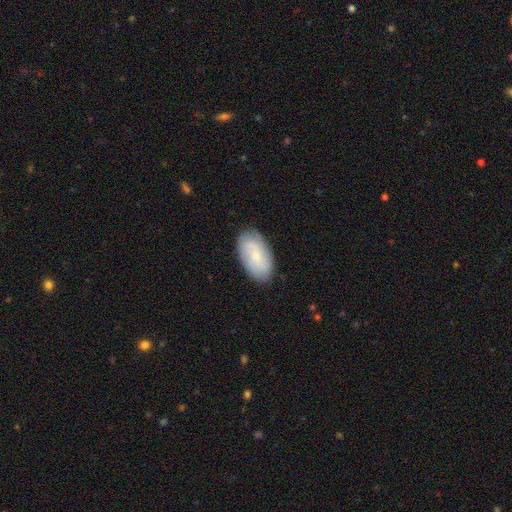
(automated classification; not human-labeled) smooth 56%, featured or disk 37%, star or artifact 7%. Down the decision tree: how rounded — in between (94%); merging — none (84%).